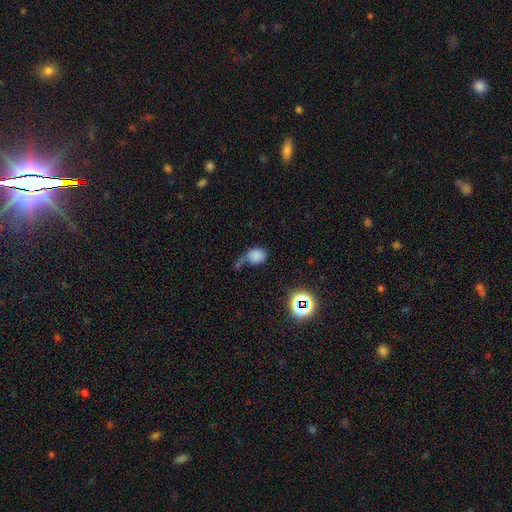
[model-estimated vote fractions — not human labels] Smooth or featured: smooth — 77% (star or artifact — 14%)
How rounded: round — 56% (in between — 42%)
Merging: none — 37% (minor disturbance — 23%)